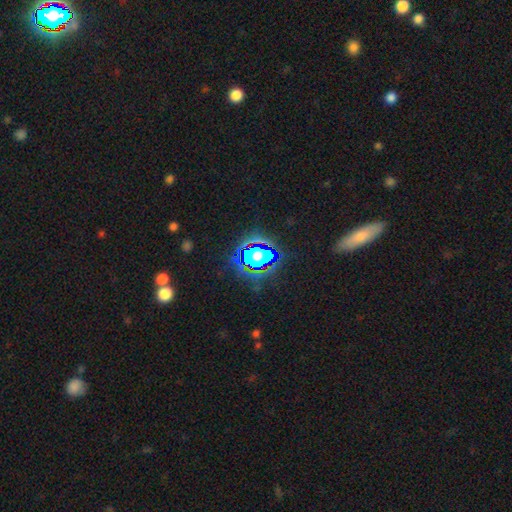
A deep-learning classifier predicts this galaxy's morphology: smooth-or-featured: star or artifact: 59% | smooth: 25% | featured or disk: 16%